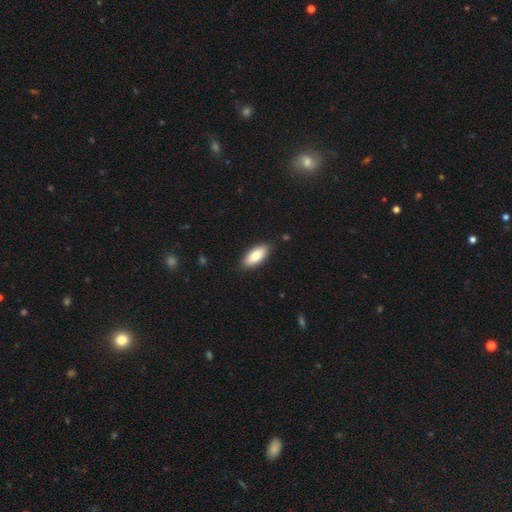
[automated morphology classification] Smooth or featured: smooth — 82% (featured or disk — 12%)
How rounded: in between — 86% (cigar-shaped — 12%)
Merging: none — 87% (minor disturbance — 10%)